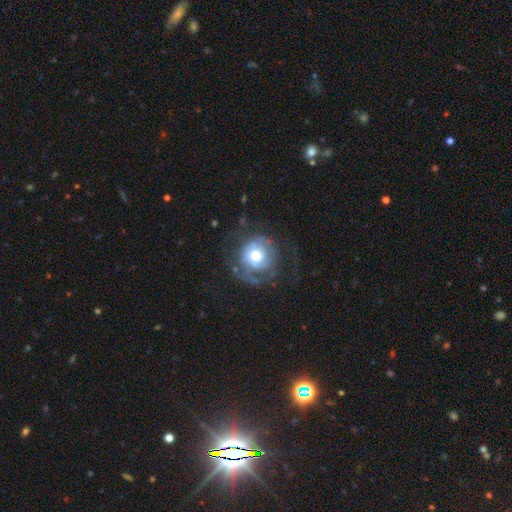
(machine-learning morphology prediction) Smooth or featured? featured or disk (61%)
Edge-on disk? no (97%)
Bar? no (82%)
Spiral arms? yes (72%)
Bulge size? moderate (63%)
Merging? none (53%)